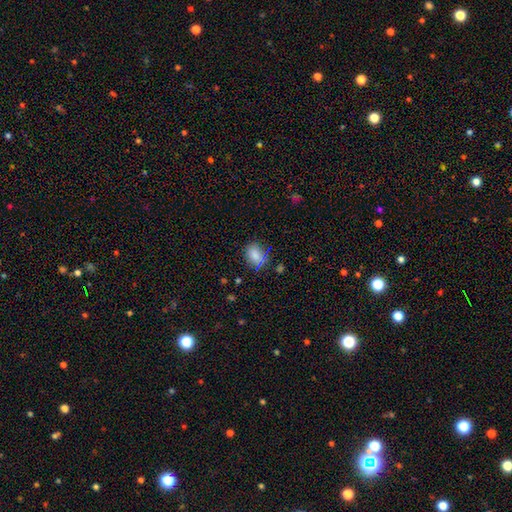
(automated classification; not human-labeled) Smooth or featured: smooth — 78% (star or artifact — 13%)
How rounded: in between — 52% (round — 46%)
Merging: none — 71% (minor disturbance — 18%)